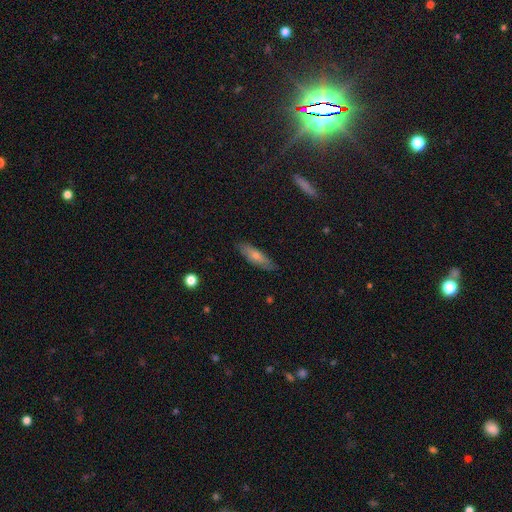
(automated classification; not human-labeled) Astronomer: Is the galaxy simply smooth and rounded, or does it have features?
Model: smooth — 67%.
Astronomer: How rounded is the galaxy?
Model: cigar-shaped — 50% (runner-up: in between, 48%).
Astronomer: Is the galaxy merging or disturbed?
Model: none — 81%.